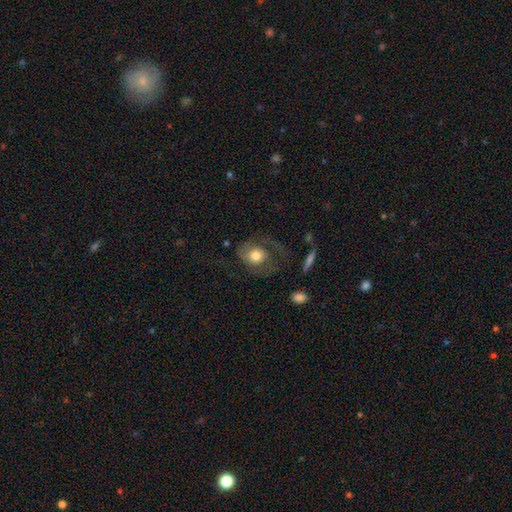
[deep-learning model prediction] Smooth or featured? Predicted: featured or disk (p=0.48). Merging? Predicted: none (p=0.40).